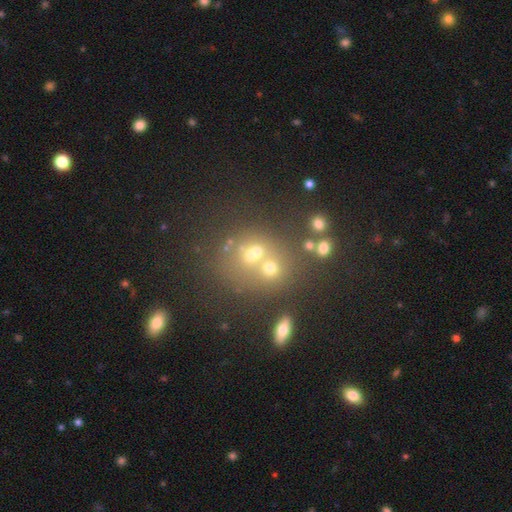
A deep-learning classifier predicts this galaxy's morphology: Q: Smooth or featured?
A: smooth (51%); runner-up: star or artifact (25%)
Q: How rounded?
A: round (63%); runner-up: in between (36%)
Q: Merging?
A: merger (47%); runner-up: none (37%)